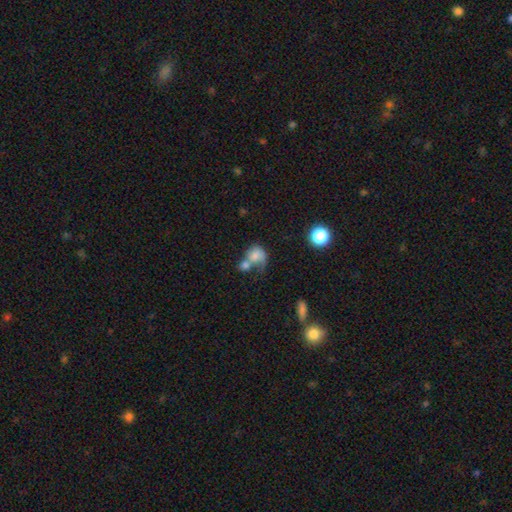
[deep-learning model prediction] A smooth galaxy with no disk features (67%) that is round (60%).

Vote fractions:
- Smooth or featured? smooth: 67% / featured or disk: 23% / star or artifact: 10%
- How rounded? round: 60% / in between: 39% / cigar-shaped: 1%
- Merging? merger: 55% / none: 18% / major disturbance: 16% / minor disturbance: 11%